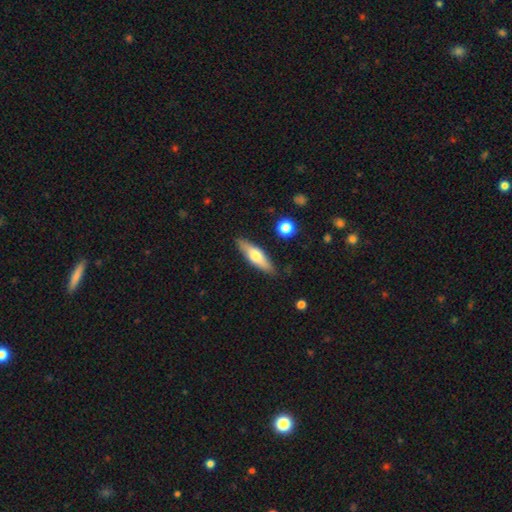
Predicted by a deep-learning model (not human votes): Q: Smooth or featured?
A: smooth (57%); runner-up: featured or disk (37%)
Q: How rounded?
A: cigar-shaped (59%); runner-up: in between (39%)
Q: Merging?
A: none (85%); runner-up: minor disturbance (11%)